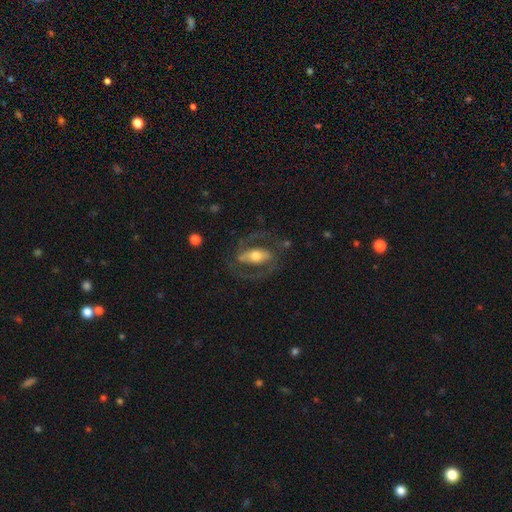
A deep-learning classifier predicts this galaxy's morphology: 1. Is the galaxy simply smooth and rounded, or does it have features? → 73% featured or disk, 21% smooth, 6% star or artifact.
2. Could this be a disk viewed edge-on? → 91% no, 9% yes.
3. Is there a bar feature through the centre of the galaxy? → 50% strong, 27% weak, 23% no.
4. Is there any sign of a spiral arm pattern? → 75% yes, 25% no.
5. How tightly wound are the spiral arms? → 53% medium, 23% tight, 23% loose.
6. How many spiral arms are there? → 86% 2, 6% can't tell, 4% 1, 1% 3, 1% 4, 1% more than 4.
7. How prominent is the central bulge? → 63% moderate, 17% small, 16% large, 2% dominant, 2% none.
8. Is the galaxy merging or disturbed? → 67% none, 17% major disturbance, 14% minor disturbance, 2% merger.